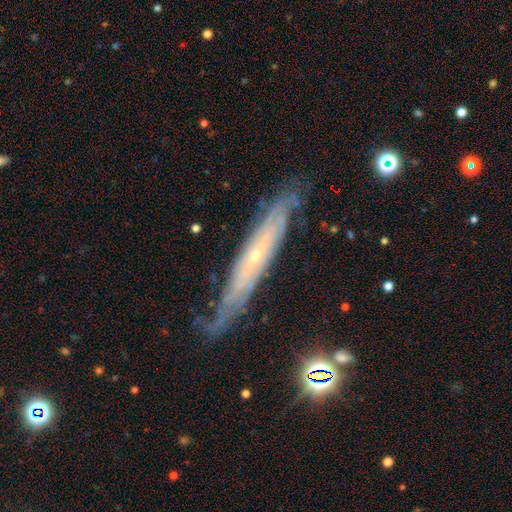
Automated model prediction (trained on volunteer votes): Smooth or featured: featured or disk — 80% (smooth — 13%)
Edge-on disk: yes — 53% (no — 47%)
Merging: none — 75% (minor disturbance — 19%)